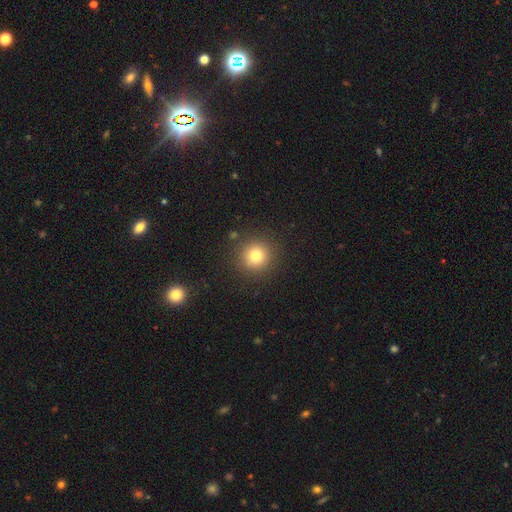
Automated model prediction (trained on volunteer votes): This is likely a smooth galaxy (78%). How rounded: clearly round (94%). Merging: clearly none (89%).